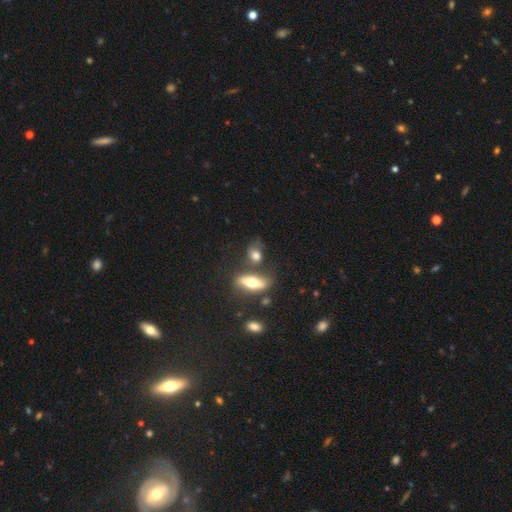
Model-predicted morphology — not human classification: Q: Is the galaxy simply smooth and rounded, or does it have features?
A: smooth — 67%.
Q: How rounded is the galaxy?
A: in between — 60%.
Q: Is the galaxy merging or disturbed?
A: none — 52%.